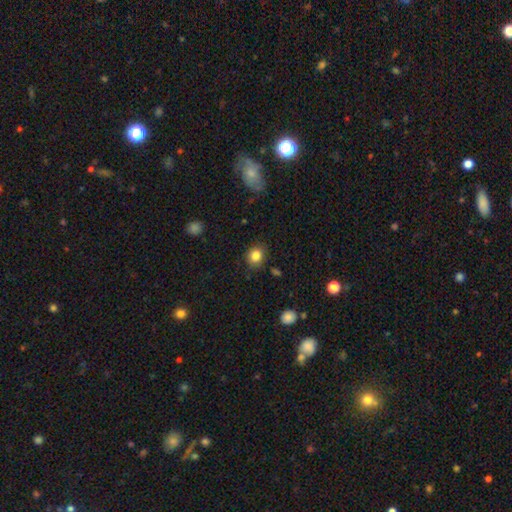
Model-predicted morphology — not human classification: smooth_or_featured: smooth (p=0.84) [alt: star or artifact p=0.10]
how_rounded: round (p=0.63) [alt: in between p=0.36]
merging: none (p=0.83) [alt: minor disturbance p=0.12]